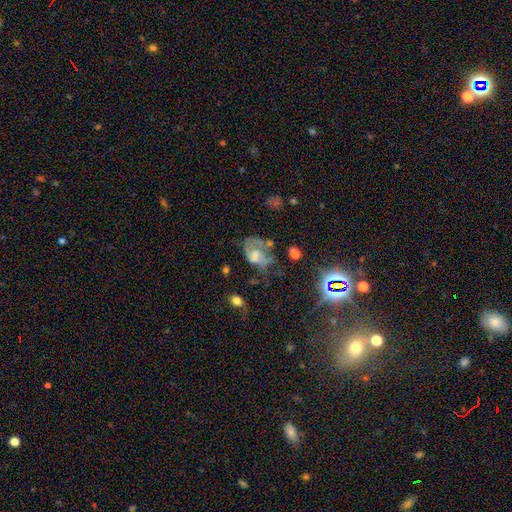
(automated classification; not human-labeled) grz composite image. It shows a featured or disk galaxy (43%). Merging: major disturbance (41%).